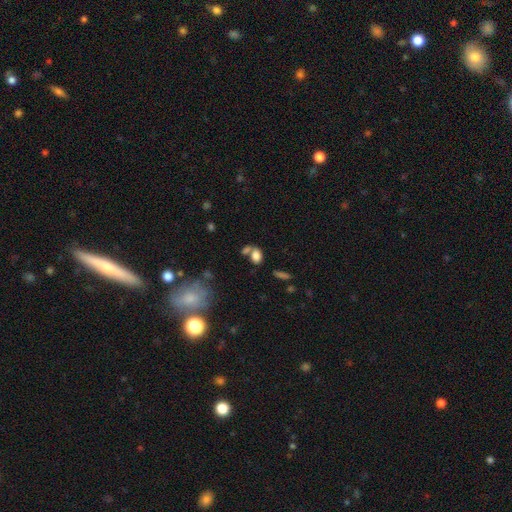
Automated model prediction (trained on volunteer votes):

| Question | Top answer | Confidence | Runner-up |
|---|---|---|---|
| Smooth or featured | smooth | 78% | star or artifact (12%) |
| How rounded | in between | 80% | round (18%) |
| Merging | none | 44% | merger (36%) |